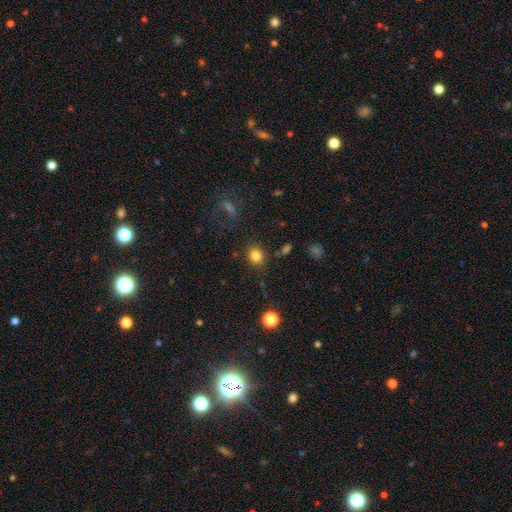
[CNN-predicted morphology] smooth 82%, star or artifact 11%, featured or disk 6%. Down the decision tree: how rounded — round (64%); merging — none (82%).